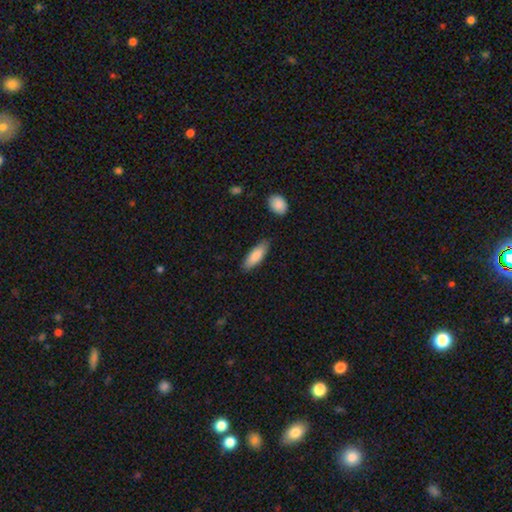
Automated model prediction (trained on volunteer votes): The model was most divided on "how rounded": in between: 56%, cigar-shaped: 43%, round: 2%. More confident: smooth or featured — smooth (84%); merging — none (82%).